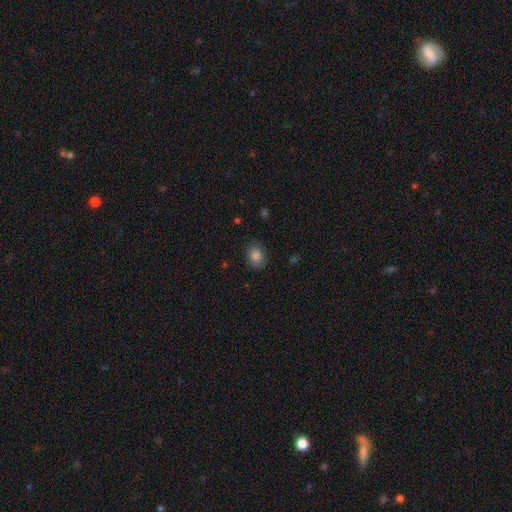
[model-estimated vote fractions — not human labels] This appears to be a smooth galaxy with no disk features (85%) that is in between round and cigar-shaped (62%). Merging: none (85%).